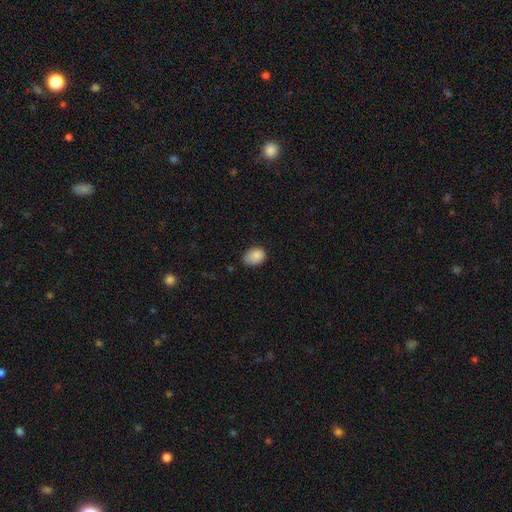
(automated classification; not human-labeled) smooth 86%, star or artifact 9%, featured or disk 6%. Down the decision tree: how rounded — in between (71%); merging — none (57%).